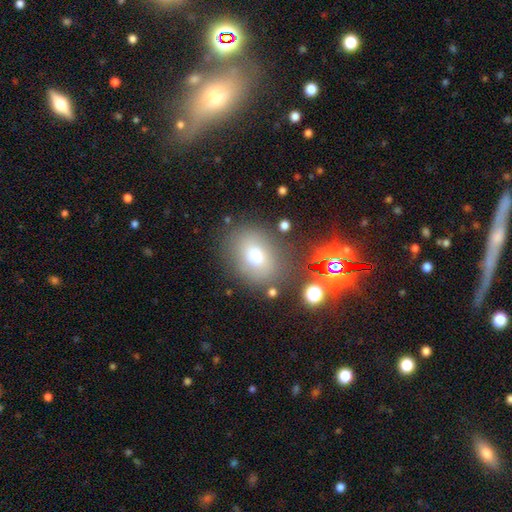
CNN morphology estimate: Smooth or featured: smooth — 67% (star or artifact — 17%)
How rounded: in between — 63% (round — 36%)
Merging: none — 77% (minor disturbance — 13%)